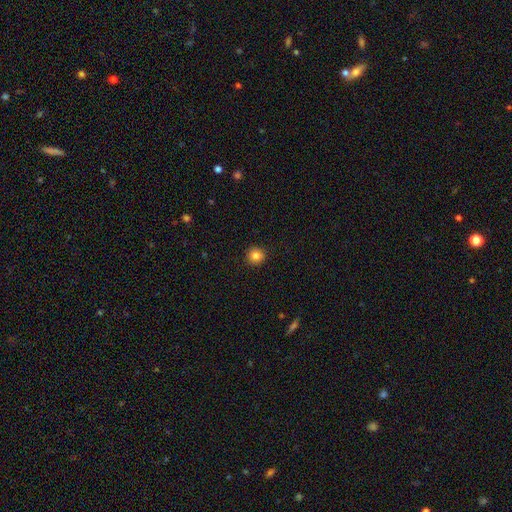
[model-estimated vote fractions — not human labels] Smooth or featured: smooth — 84% (star or artifact — 11%)
How rounded: round — 93% (in between — 6%)
Merging: none — 92% (minor disturbance — 5%)